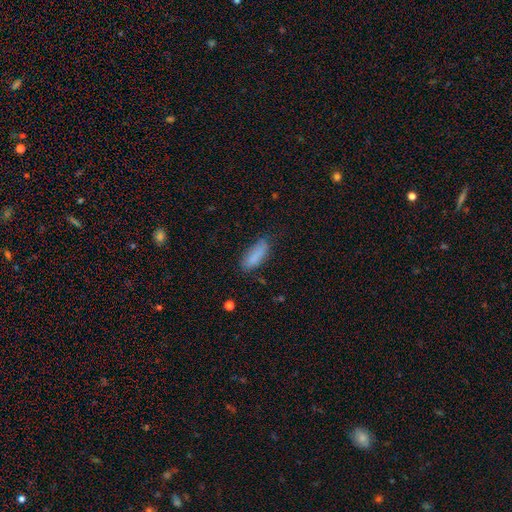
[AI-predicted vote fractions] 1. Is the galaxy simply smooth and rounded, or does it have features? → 85% smooth, 8% featured or disk, 8% star or artifact.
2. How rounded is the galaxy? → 69% in between, 30% cigar-shaped, 2% round.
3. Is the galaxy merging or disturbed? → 68% none, 24% minor disturbance, 6% major disturbance, 2% merger.